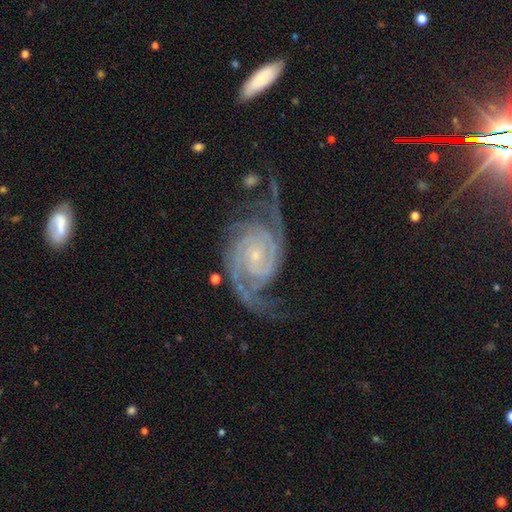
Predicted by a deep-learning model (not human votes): Smooth or featured?
  - featured or disk: 93% *
  - star or artifact: 4%
  - smooth: 2%
Edge-on disk?
  - no: 98% *
  - yes: 2%
Bar?
  - no: 66% *
  - weak: 25%
  - strong: 10%
Spiral arms?
  - yes: 99% *
  - no: 1%
Spiral winding?
  - tight: 52% *
  - medium: 39%
  - loose: 8%
Spiral arm count?
  - 2: 74% *
  - 3: 10%
  - can't tell: 5%
  - 4: 4%
  - more than 4: 3%
  - 1: 3%
Bulge size?
  - small: 85% *
  - moderate: 11%
  - none: 3%
  - large: 1%
  - dominant: 1%
Merging?
  - none: 66% *
  - minor disturbance: 18%
  - major disturbance: 12%
  - merger: 3%